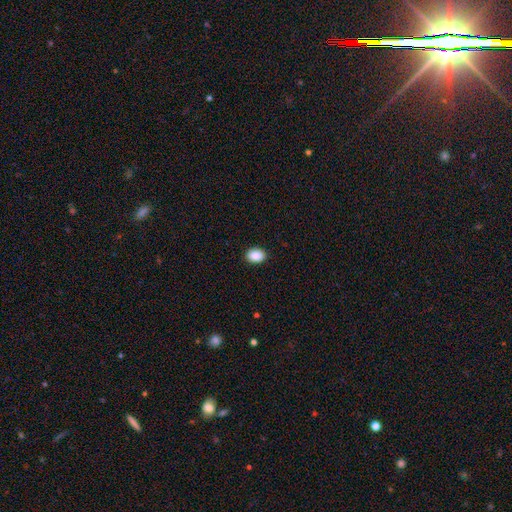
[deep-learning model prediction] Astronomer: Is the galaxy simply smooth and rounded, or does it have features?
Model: smooth — 90%.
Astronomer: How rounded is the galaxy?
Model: in between — 74%.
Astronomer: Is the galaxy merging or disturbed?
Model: none — 90%.